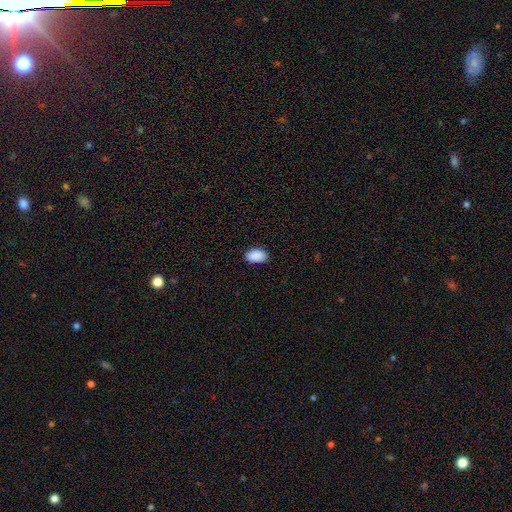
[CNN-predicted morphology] smooth 90%, star or artifact 7%, featured or disk 2%. Down the decision tree: how rounded — in between (91%); merging — none (88%).